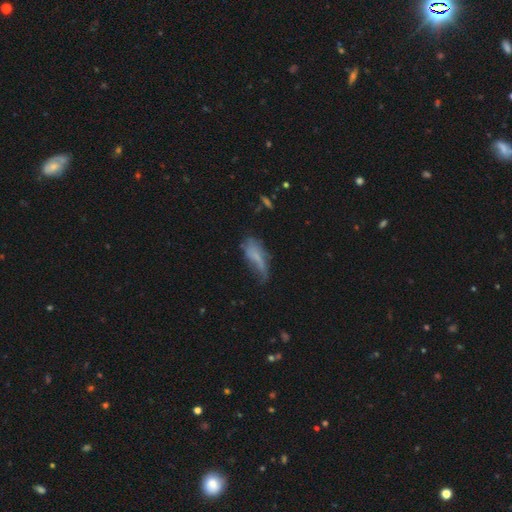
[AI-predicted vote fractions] smooth-or-featured: smooth: 55% | featured or disk: 34% | star or artifact: 10%
  how-rounded: in between: 70% | cigar-shaped: 27% | round: 3%
  merging: minor disturbance: 34% | major disturbance: 31% | none: 30% | merger: 5%